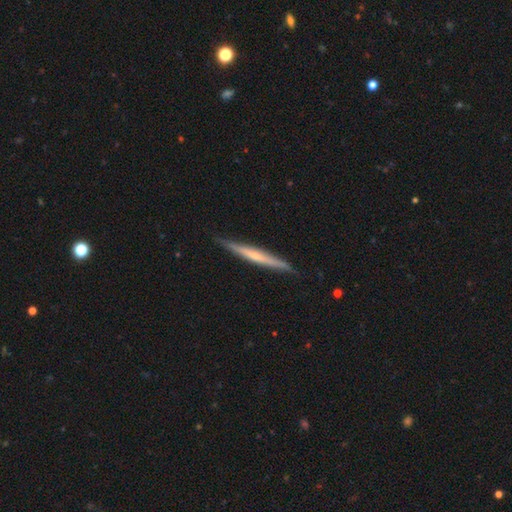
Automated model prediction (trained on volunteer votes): Smooth or featured? featured or disk (62%)
Edge-on disk? yes (96%)
Edge-on bulge? none (51%)
Merging? none (87%)